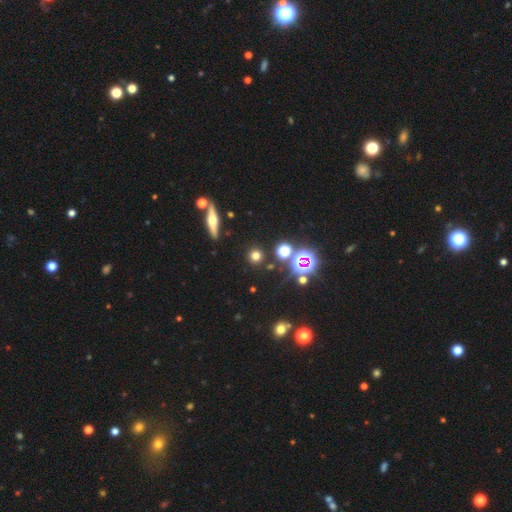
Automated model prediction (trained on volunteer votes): Smooth or featured: smooth — 67% (star or artifact — 24%)
How rounded: round — 92% (in between — 6%)
Merging: none — 88% (minor disturbance — 6%)